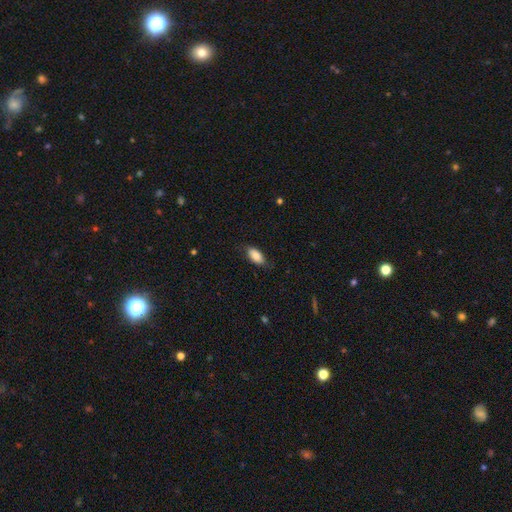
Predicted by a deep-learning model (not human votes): smooth-or-featured: smooth: 83% | featured or disk: 10% | star or artifact: 7%
  how-rounded: in between: 91% | cigar-shaped: 6% | round: 3%
  merging: none: 75% | minor disturbance: 20% | major disturbance: 4% | merger: 1%